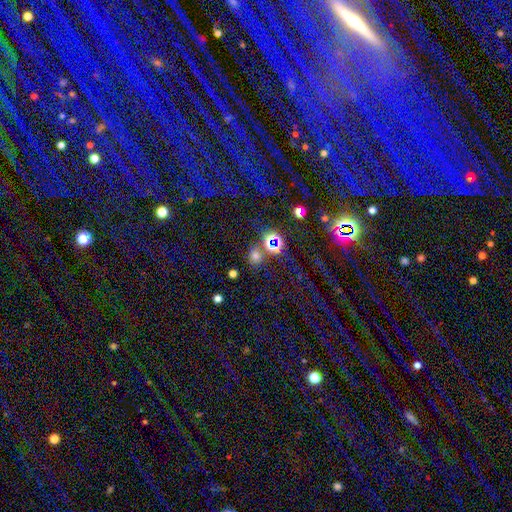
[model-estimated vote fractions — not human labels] smooth 57%, star or artifact 36%, featured or disk 7%. Down the decision tree: how rounded — round (81%); merging — none (78%).